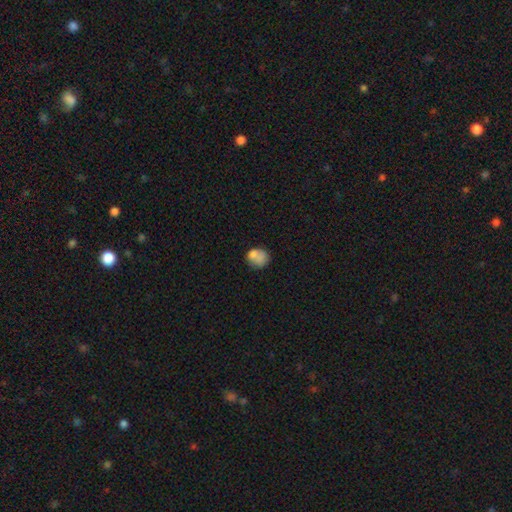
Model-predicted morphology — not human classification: type=smooth (75%); roundness=round (71%); merging=none (51%).